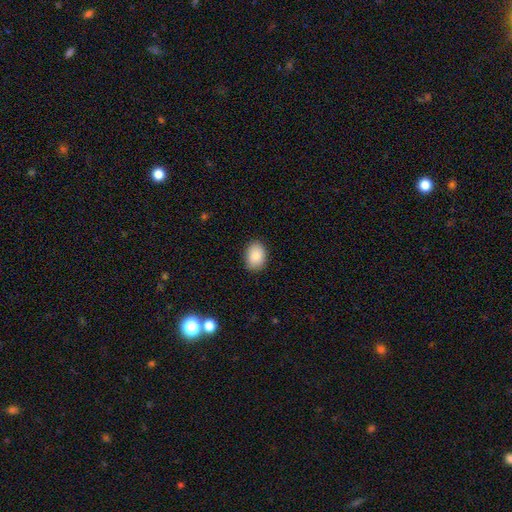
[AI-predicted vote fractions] smooth 89%, star or artifact 7%, featured or disk 4%. Down the decision tree: how rounded — in between (74%); merging — none (86%).